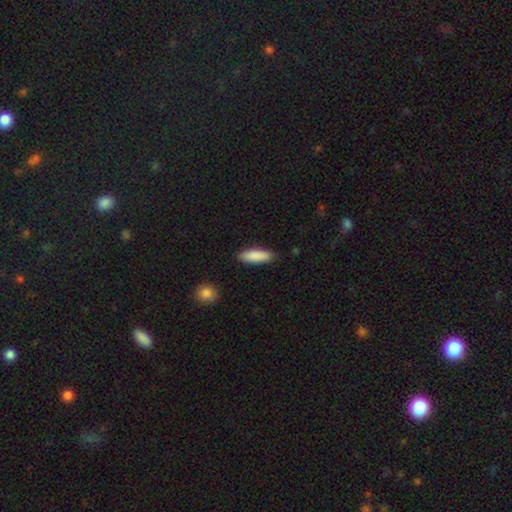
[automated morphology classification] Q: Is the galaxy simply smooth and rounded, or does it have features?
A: smooth — 87%.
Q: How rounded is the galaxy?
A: in between — 50%.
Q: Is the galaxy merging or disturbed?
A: none — 86%.